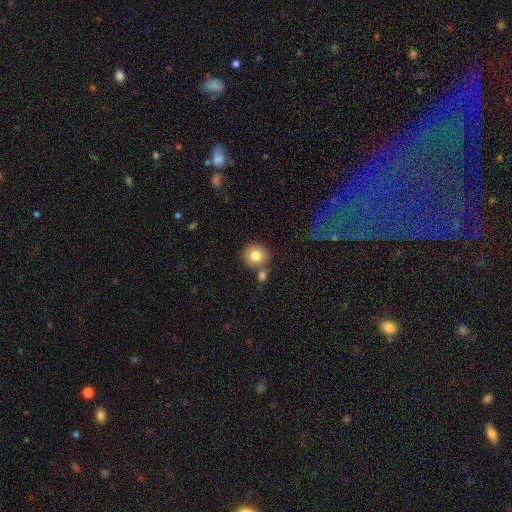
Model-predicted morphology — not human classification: A smooth galaxy with no disk features (80%) that is round (90%). Merging: none (70%).